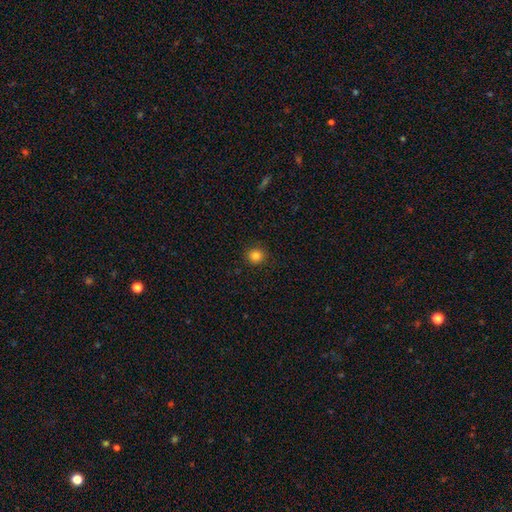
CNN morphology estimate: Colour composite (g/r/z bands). It shows a smooth galaxy with no disk features (83%) that is round (93%). Merging: none (92%).